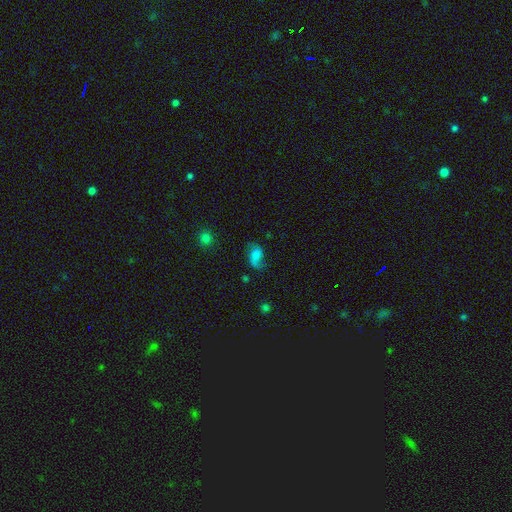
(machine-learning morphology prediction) The model was most divided on "smooth or featured": smooth: 48%, featured or disk: 39%, star or artifact: 13%. Remaining: merging — none (49%).